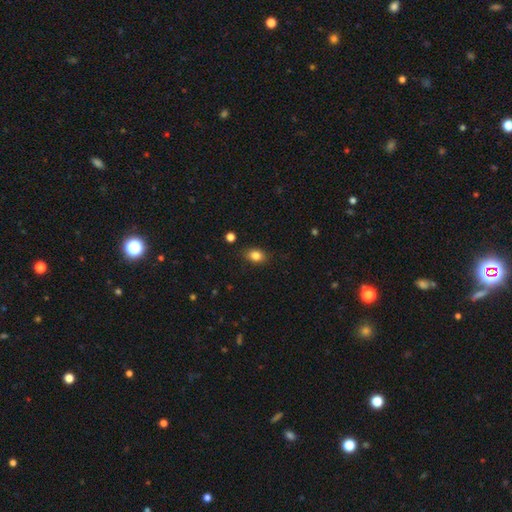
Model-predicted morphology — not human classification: The model was most divided on "how rounded": in between: 71%, round: 27%, cigar-shaped: 2%. More confident: merging — none (84%); smooth or featured — smooth (84%).